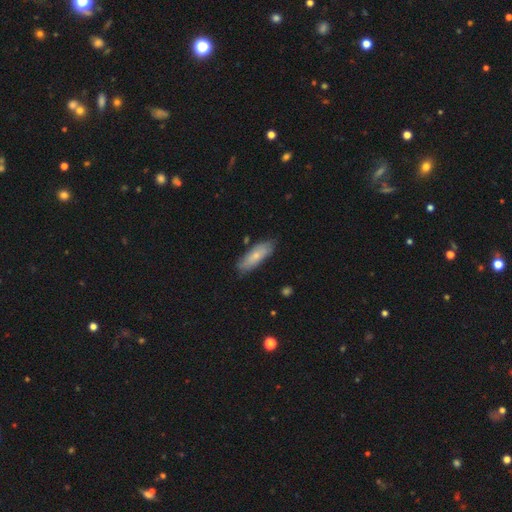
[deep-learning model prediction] Overall: smooth (65%; featured or disk 29%). How rounded: in between (60%; cigar-shaped 38%). Merging: none (78%).